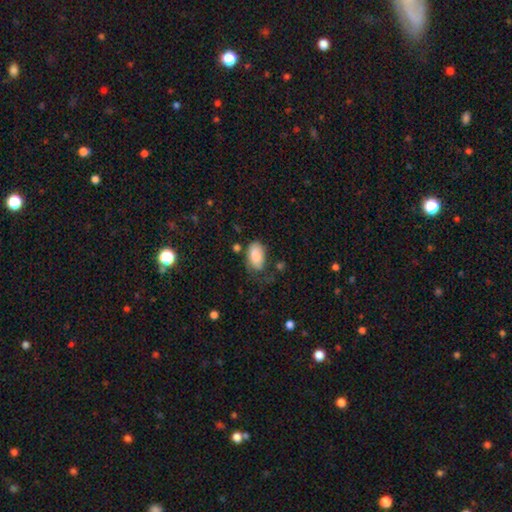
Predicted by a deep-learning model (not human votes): Q: Smooth or featured?
A: smooth (80%); runner-up: featured or disk (13%)
Q: How rounded?
A: in between (94%); runner-up: round (5%)
Q: Merging?
A: none (45%); runner-up: minor disturbance (30%)